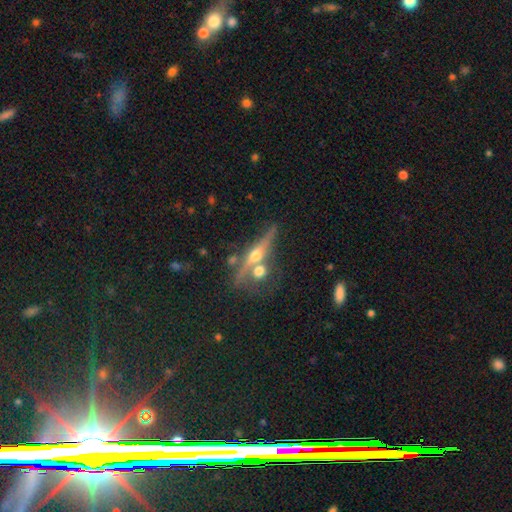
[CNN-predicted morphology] Smooth or featured?
  - featured or disk: 69% *
  - smooth: 21%
  - star or artifact: 10%
Edge-on disk?
  - yes: 88% *
  - no: 12%
Edge-on bulge?
  - rounded: 93% *
  - none: 4%
  - boxy: 3%
Merging?
  - none: 58% *
  - merger: 27%
  - minor disturbance: 11%
  - major disturbance: 5%